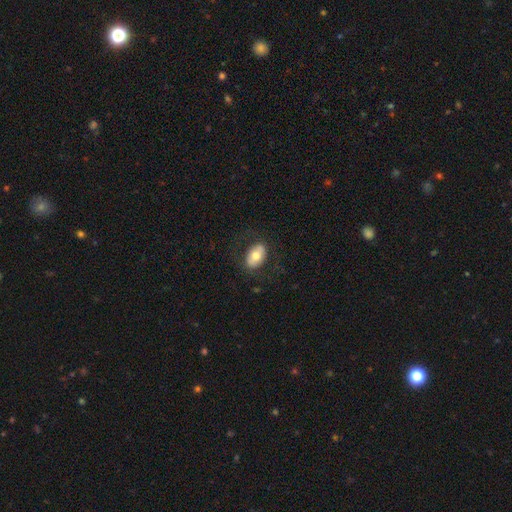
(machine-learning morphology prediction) Smooth or featured? smooth (64%)
How rounded? in between (89%)
Merging? none (78%)